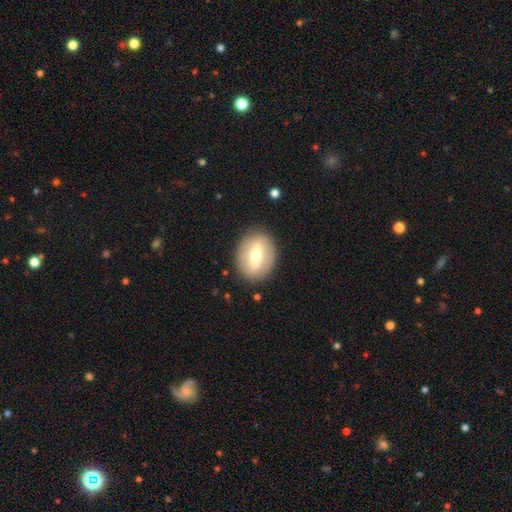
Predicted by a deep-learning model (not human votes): Smooth or featured? featured or disk (52%)
Edge-on disk? no (76%)
Merging? none (87%)